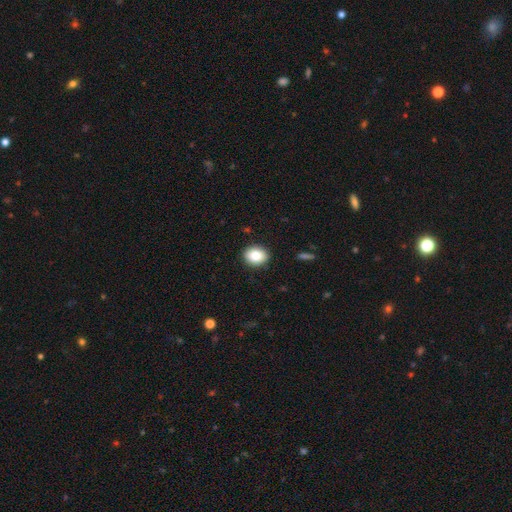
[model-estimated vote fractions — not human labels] A smooth galaxy with no disk features (83%) that is round (52%).

Vote fractions:
- Smooth or featured? smooth: 83% / star or artifact: 9% / featured or disk: 8%
- How rounded? round: 52% / in between: 47% / cigar-shaped: 1%
- Merging? none: 90% / minor disturbance: 7% / major disturbance: 2% / merger: 1%